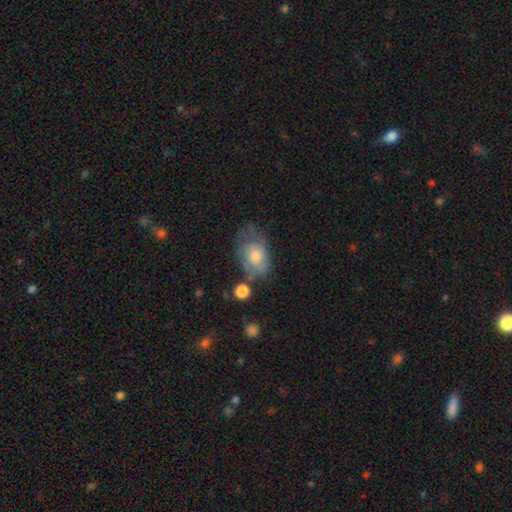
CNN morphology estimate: Smooth or featured? smooth (59%)
How rounded? in between (81%)
Merging? none (41%)